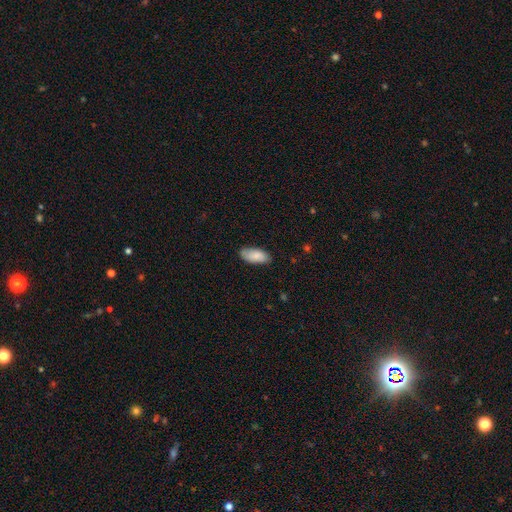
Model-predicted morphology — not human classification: Smooth or featured? Predicted: smooth (p=0.85). How rounded? Predicted: in between (p=0.91). Merging? Predicted: none (p=0.80).